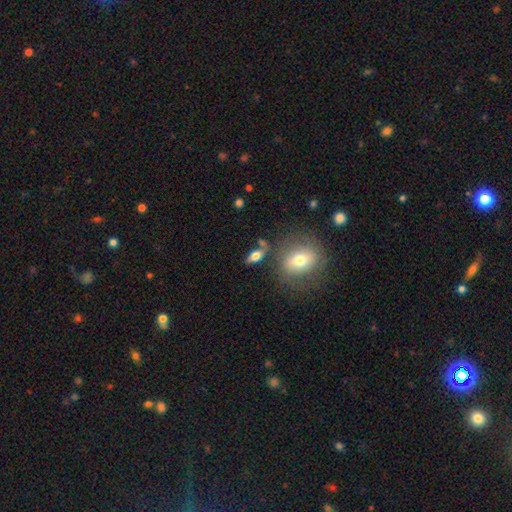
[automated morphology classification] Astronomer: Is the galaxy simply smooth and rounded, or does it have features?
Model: smooth — 67%.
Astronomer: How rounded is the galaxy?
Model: in between — 73%.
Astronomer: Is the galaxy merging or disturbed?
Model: none — 67%.